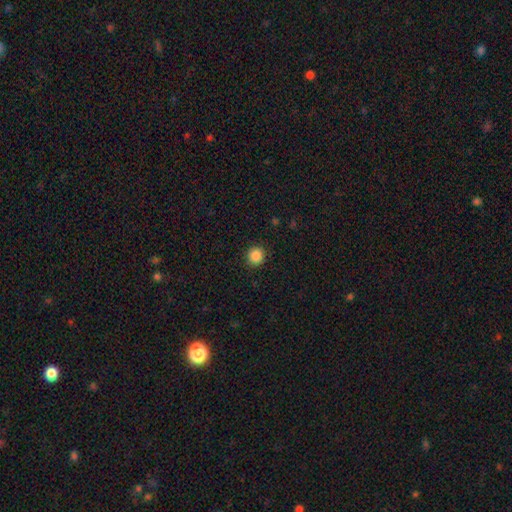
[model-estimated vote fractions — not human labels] This is clearly a smooth galaxy (87%). How rounded: clearly round (92%). Merging: clearly none (91%).